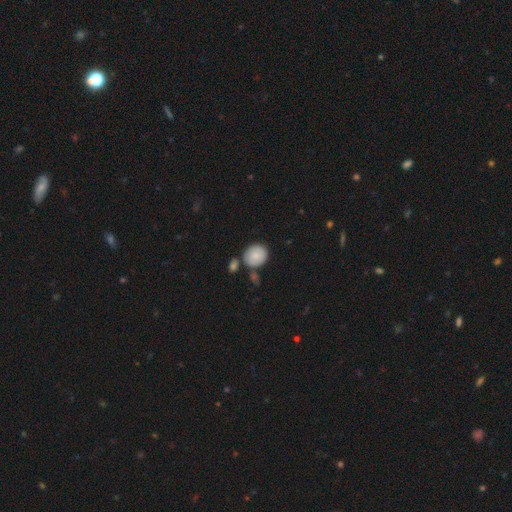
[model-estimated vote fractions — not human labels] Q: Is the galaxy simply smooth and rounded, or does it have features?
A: smooth — 83%.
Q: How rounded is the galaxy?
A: round — 77%.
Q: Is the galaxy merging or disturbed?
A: none — 69%.